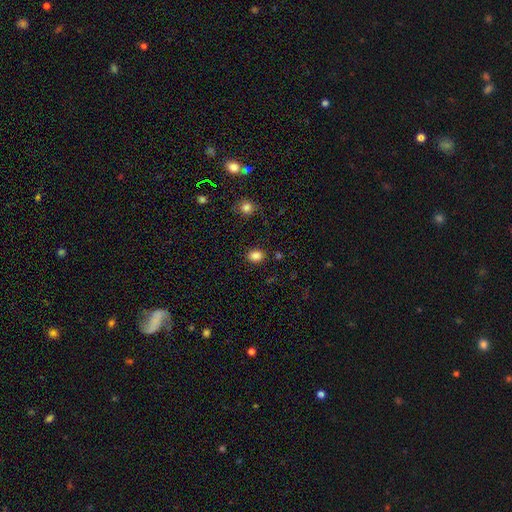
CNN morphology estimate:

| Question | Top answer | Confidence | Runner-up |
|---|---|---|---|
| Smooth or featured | smooth | 85% | star or artifact (11%) |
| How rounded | in between | 60% | round (39%) |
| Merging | none | 86% | minor disturbance (9%) |